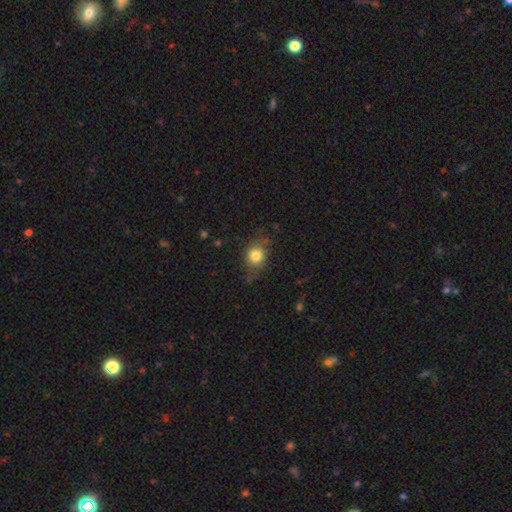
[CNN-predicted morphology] Q: Smooth or featured?
A: smooth (79%); runner-up: star or artifact (11%)
Q: How rounded?
A: round (66%); runner-up: in between (32%)
Q: Merging?
A: none (70%); runner-up: minor disturbance (21%)